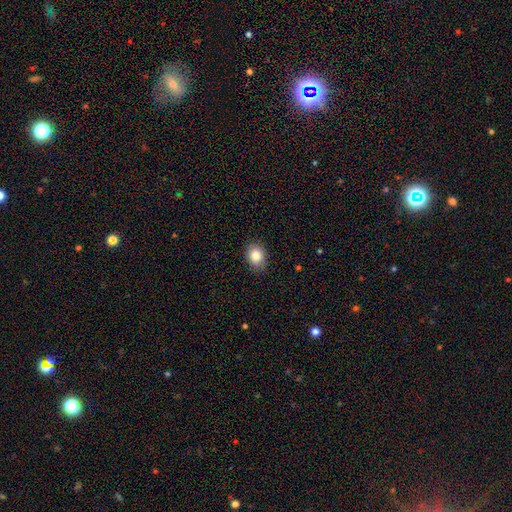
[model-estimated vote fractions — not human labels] Smooth or featured? smooth (85%)
How rounded? in between (62%)
Merging? none (86%)